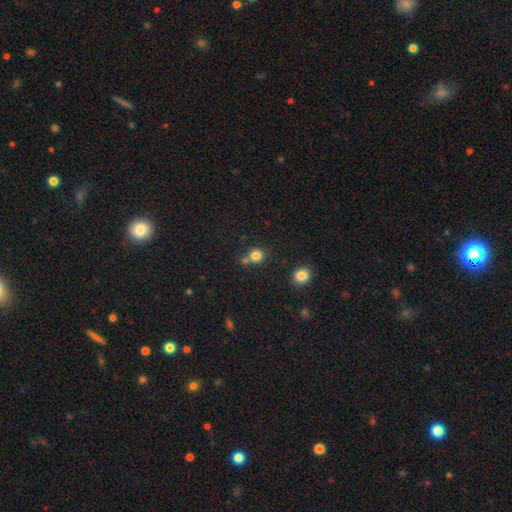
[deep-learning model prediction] smooth_or_featured: smooth (p=0.82) [alt: star or artifact p=0.12]
how_rounded: round (p=0.83) [alt: in between p=0.16]
merging: none (p=0.61) [alt: merger p=0.25]